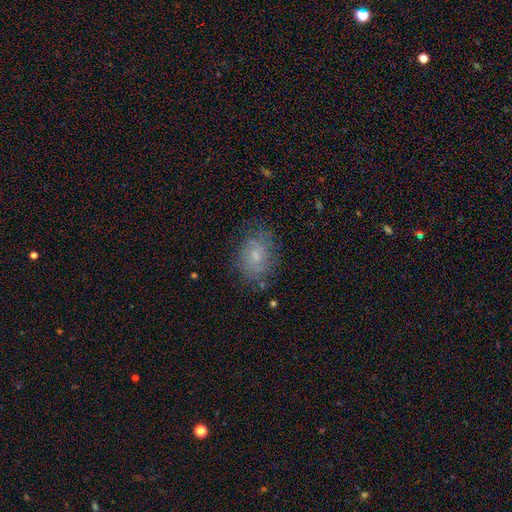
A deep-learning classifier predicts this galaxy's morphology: smooth-or-featured: smooth: 45% | featured or disk: 43% | star or artifact: 11%
  merging: none: 70% | minor disturbance: 20% | major disturbance: 8% | merger: 2%